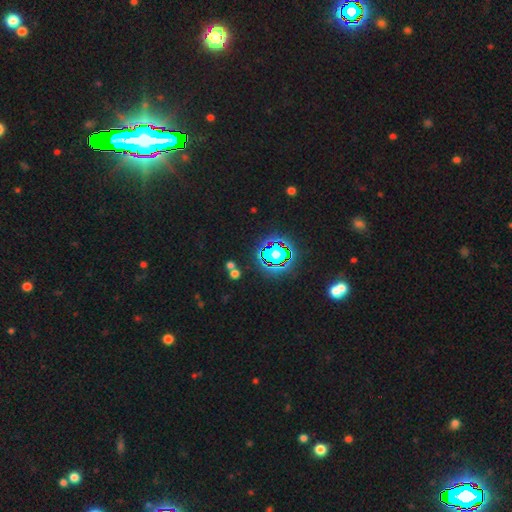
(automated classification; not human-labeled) Overall: star or artifact (83%).